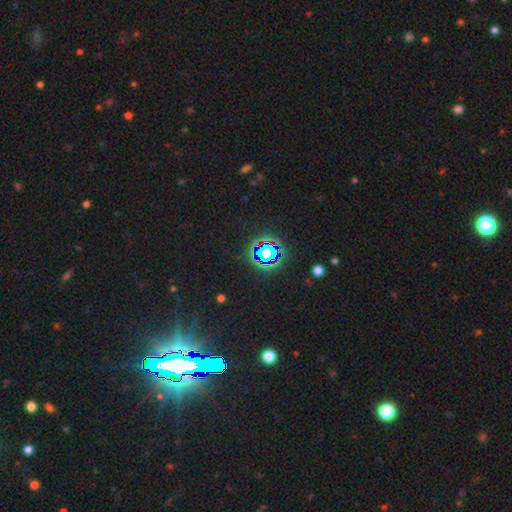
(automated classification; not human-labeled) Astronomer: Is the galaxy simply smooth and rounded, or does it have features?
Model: star or artifact — 84%.